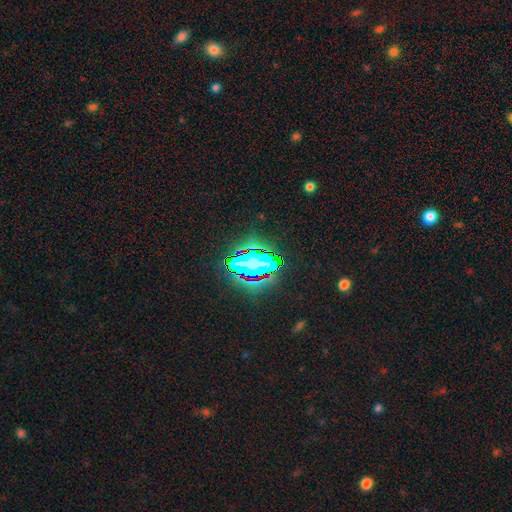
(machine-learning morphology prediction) Smooth or featured?
  - star or artifact: 67% *
  - smooth: 18%
  - featured or disk: 15%